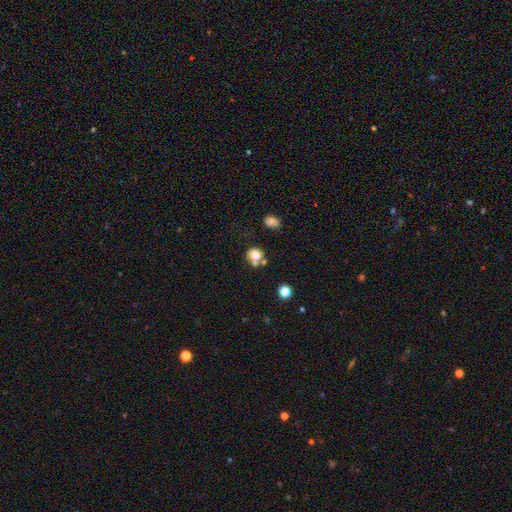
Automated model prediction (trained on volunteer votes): Q: Smooth or featured?
A: smooth (73%); runner-up: featured or disk (14%)
Q: How rounded?
A: round (75%); runner-up: in between (24%)
Q: Merging?
A: none (49%); runner-up: merger (31%)